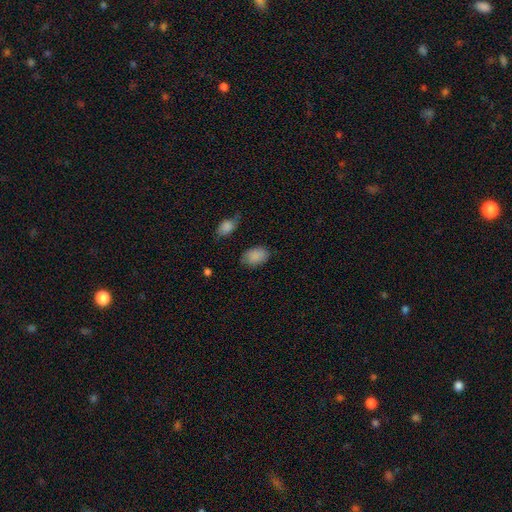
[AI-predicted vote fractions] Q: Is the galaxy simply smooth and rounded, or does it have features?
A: smooth — 87%.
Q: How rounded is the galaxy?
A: in between — 85%.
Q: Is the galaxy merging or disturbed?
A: none — 72%.